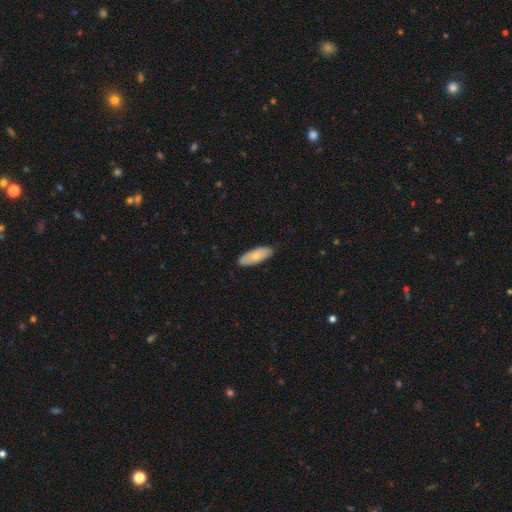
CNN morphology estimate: Overall: smooth (70%). How rounded: in between (74%). Merging: none (87%).